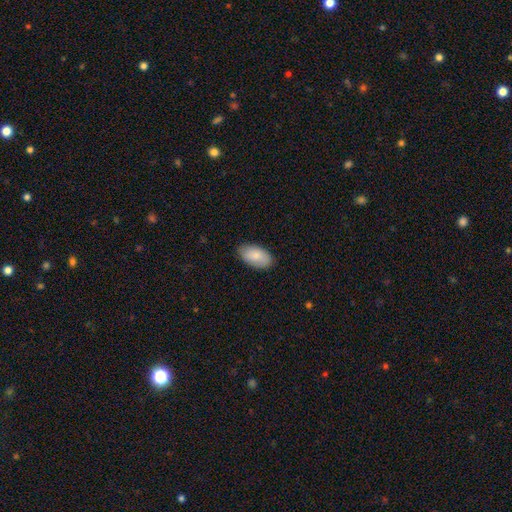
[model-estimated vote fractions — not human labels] Overall: smooth (81%). How rounded: in between (95%). Merging: none (86%).